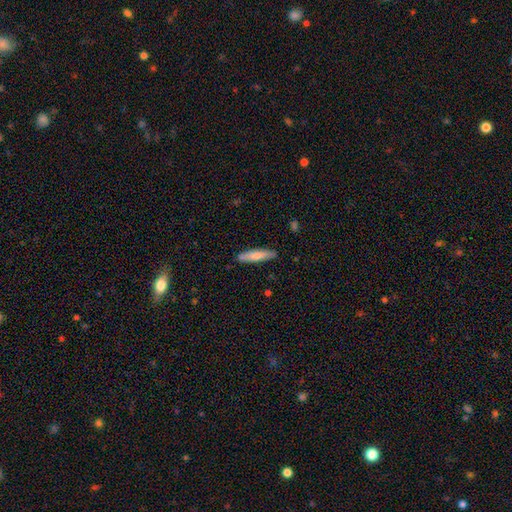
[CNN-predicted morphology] This appears to be a smooth galaxy with no disk features (71%) that is cigar-shaped (80%). Merging: none (86%).